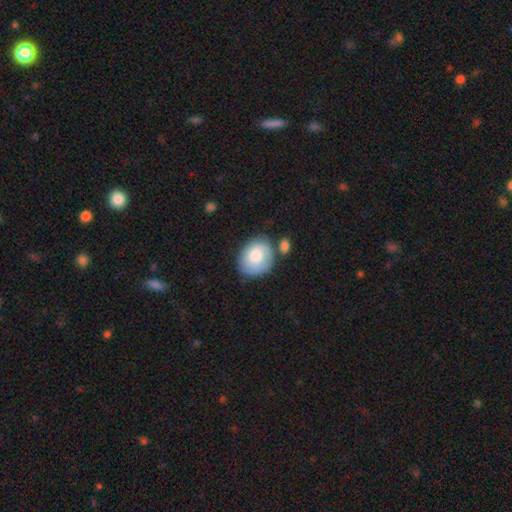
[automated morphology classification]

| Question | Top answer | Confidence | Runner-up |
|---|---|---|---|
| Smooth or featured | smooth | 65% | featured or disk (28%) |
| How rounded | round | 61% | in between (38%) |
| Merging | none | 58% | minor disturbance (21%) |